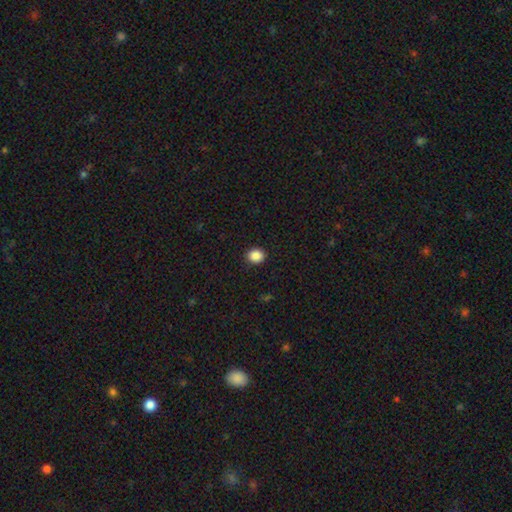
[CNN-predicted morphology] type=smooth (88%); roundness=round (73%); merging=none (91%).